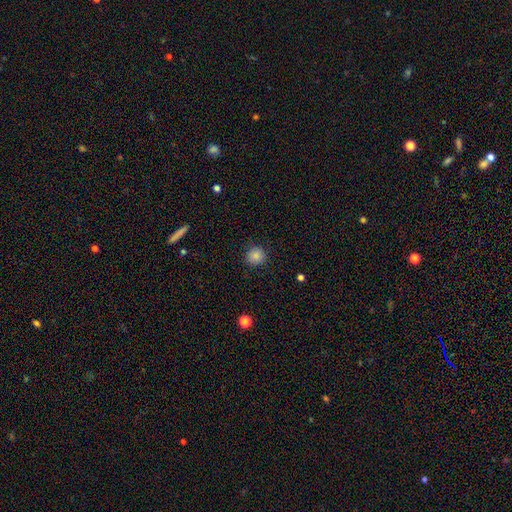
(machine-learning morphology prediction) This appears to be a smooth galaxy with no disk features (85%) that is round (90%). Merging: none (86%).